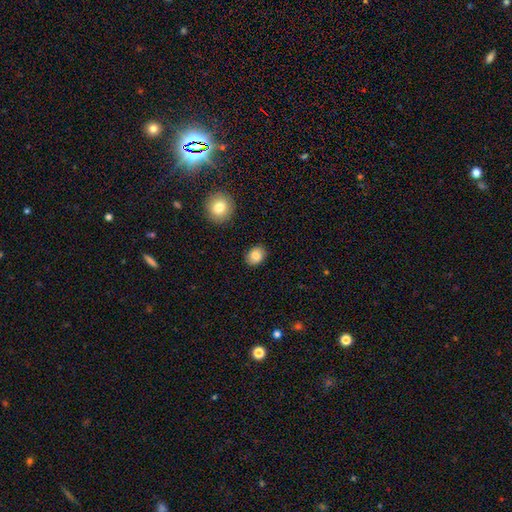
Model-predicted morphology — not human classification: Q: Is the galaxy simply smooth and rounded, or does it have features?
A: smooth — 84%.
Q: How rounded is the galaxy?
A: in between — 54%.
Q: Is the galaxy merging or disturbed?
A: none — 88%.